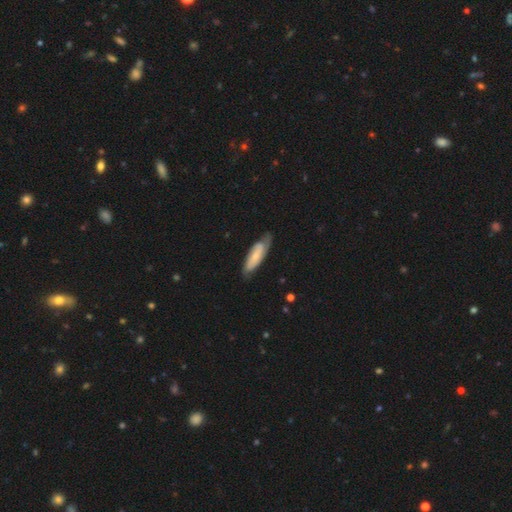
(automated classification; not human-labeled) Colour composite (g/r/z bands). It shows a featured or disk galaxy (52%). Merging: none (67%).